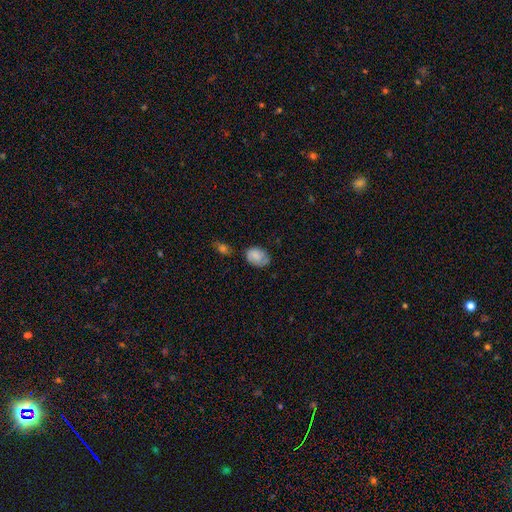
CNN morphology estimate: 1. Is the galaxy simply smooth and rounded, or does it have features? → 77% smooth, 15% featured or disk, 8% star or artifact.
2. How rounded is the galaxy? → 72% in between, 27% round, 1% cigar-shaped.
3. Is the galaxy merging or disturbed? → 59% none, 29% minor disturbance, 7% major disturbance, 5% merger.